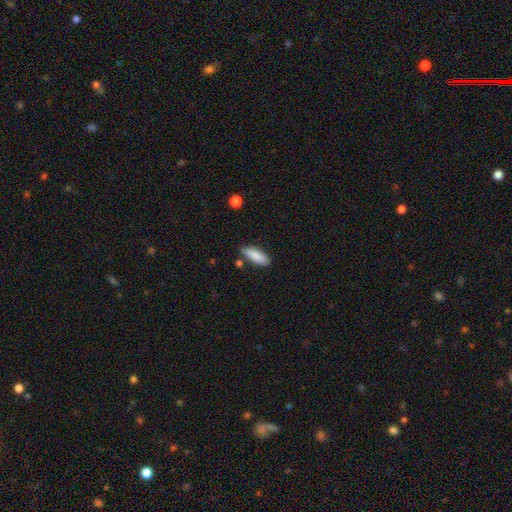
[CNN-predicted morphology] Smooth or featured?
  - smooth: 86% *
  - featured or disk: 8%
  - star or artifact: 6%
How rounded?
  - in between: 68% *
  - cigar-shaped: 30%
  - round: 2%
Merging?
  - none: 79% *
  - minor disturbance: 14%
  - merger: 4%
  - major disturbance: 3%